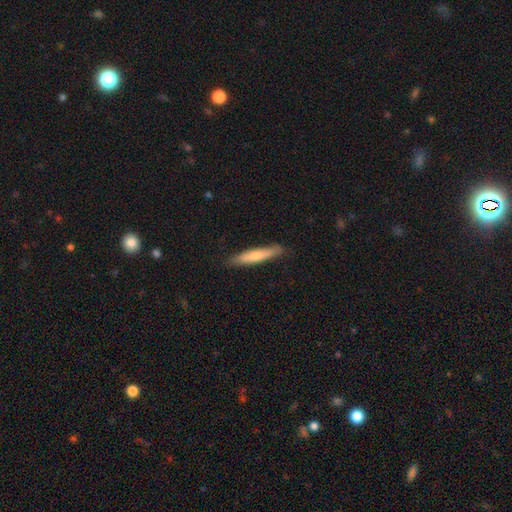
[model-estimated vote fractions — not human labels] A smooth galaxy with no disk features (67%) that is cigar-shaped (91%).

Vote fractions:
- Smooth or featured? smooth: 67% / featured or disk: 28% / star or artifact: 5%
- How rounded? cigar-shaped: 91% / in between: 7% / round: 1%
- Merging? none: 86% / minor disturbance: 11% / major disturbance: 2% / merger: 1%